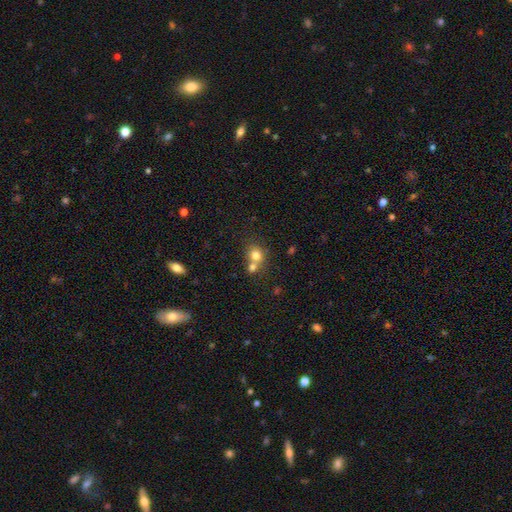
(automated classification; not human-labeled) The model was most divided on "merging": merger: 47%, none: 43%, minor disturbance: 7%, major disturbance: 3%. More confident: how rounded — round (78%); smooth or featured — smooth (77%).